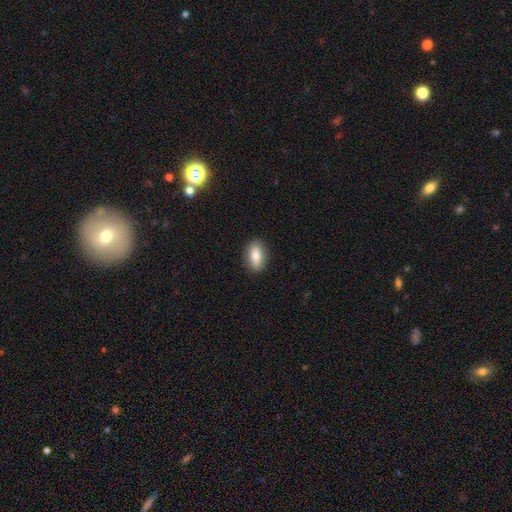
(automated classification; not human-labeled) A smooth galaxy with no disk features (75%) that is in between round and cigar-shaped (86%). Merging: none (88%).